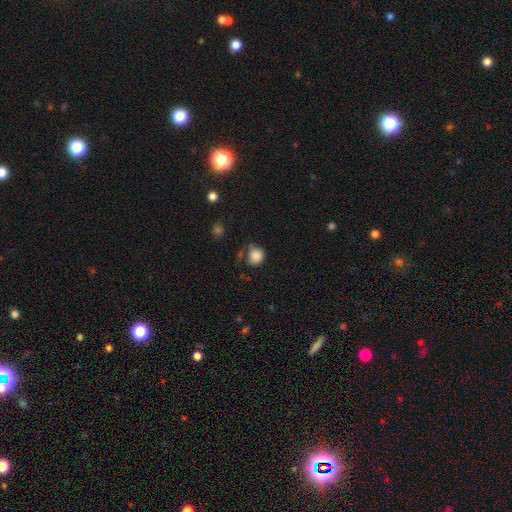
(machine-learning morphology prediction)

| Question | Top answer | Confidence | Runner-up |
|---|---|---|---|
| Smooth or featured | smooth | 85% | star or artifact (10%) |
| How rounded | round | 79% | in between (20%) |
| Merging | none | 59% | minor disturbance (25%) |